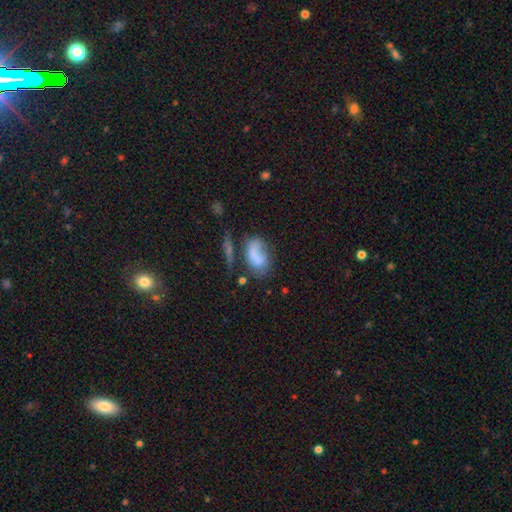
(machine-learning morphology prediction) This appears to be a smooth galaxy with no disk features (69%) that is in between round and cigar-shaped (86%). Merging: none (36%).